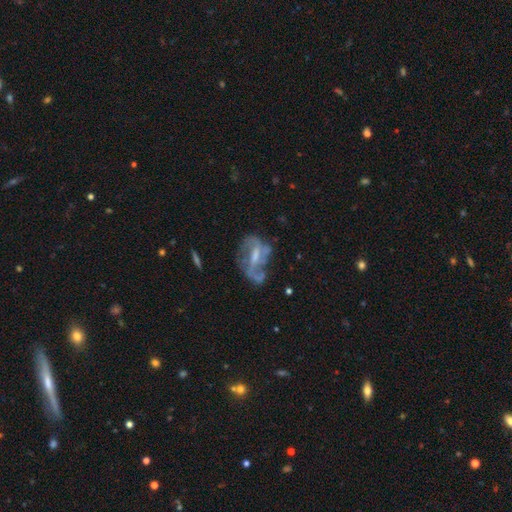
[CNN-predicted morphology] featured or disk 74%, smooth 16%, star or artifact 10%. Down the decision tree: edge-on disk — no (95%); bar — weak (47%); spiral arms — yes (75%); spiral arm count — 2 (50%); spiral winding — medium (41%); bulge size — moderate (40%); merging — none (44%).